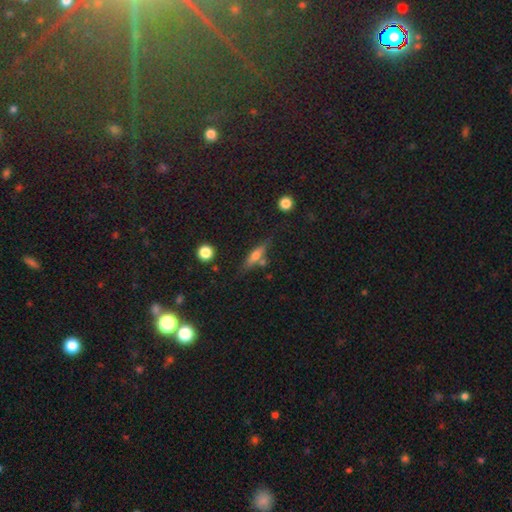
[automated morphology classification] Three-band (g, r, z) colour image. It shows a smooth galaxy with no disk features (51%) that is cigar-shaped (73%). Merging: none (72%).